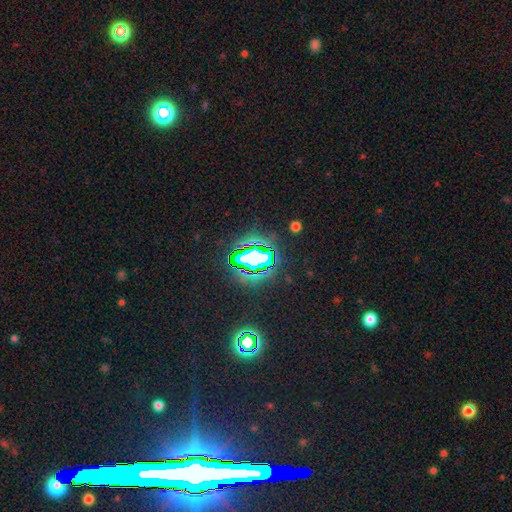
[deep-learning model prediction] The model was most divided on "smooth or featured": star or artifact: 67%, smooth: 21%, featured or disk: 12%.